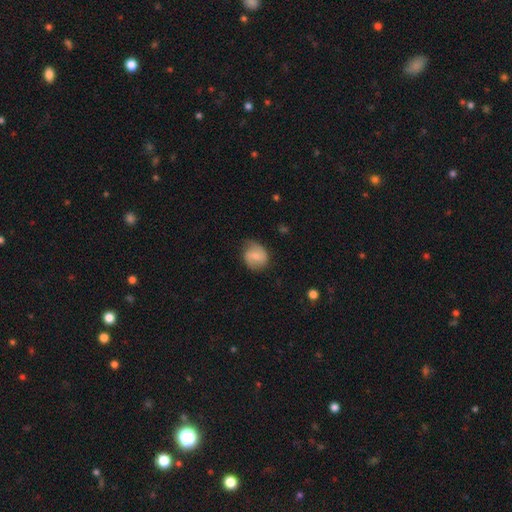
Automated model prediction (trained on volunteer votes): Smooth or featured? featured or disk (47%)
Merging? none (68%)